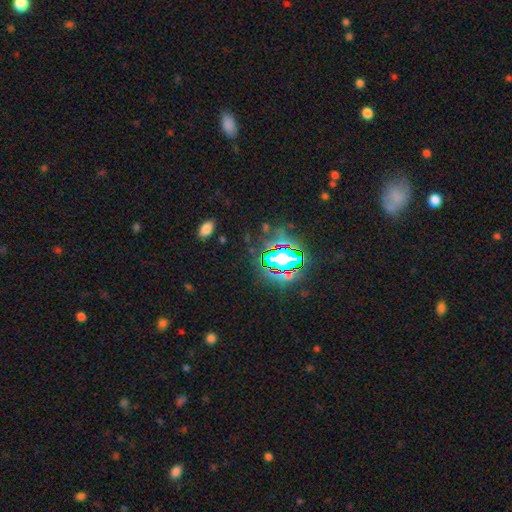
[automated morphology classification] Q: Smooth or featured?
A: star or artifact (79%); runner-up: smooth (12%)